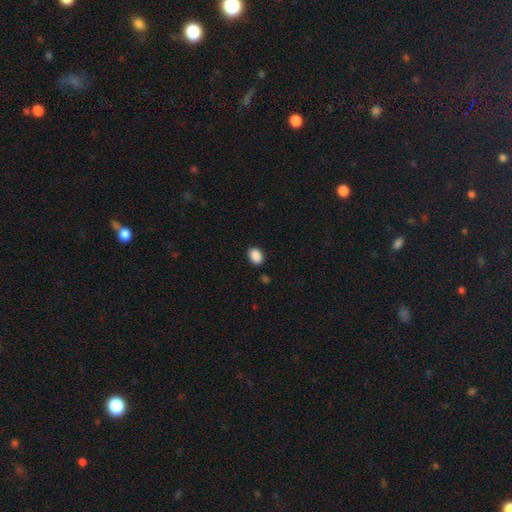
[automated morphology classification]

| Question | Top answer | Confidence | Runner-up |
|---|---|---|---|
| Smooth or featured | smooth | 89% | star or artifact (8%) |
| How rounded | in between | 74% | round (25%) |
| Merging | none | 88% | minor disturbance (8%) |